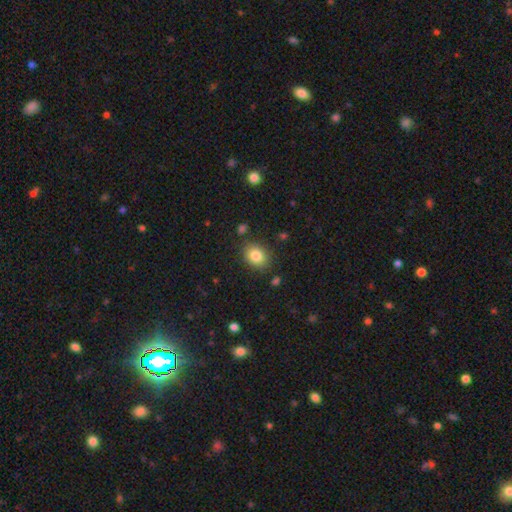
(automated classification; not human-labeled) smooth-or-featured: smooth: 84% | star or artifact: 9% | featured or disk: 7%
  how-rounded: in between: 58% | round: 41% | cigar-shaped: 1%
  merging: none: 84% | minor disturbance: 10% | major disturbance: 3% | merger: 2%